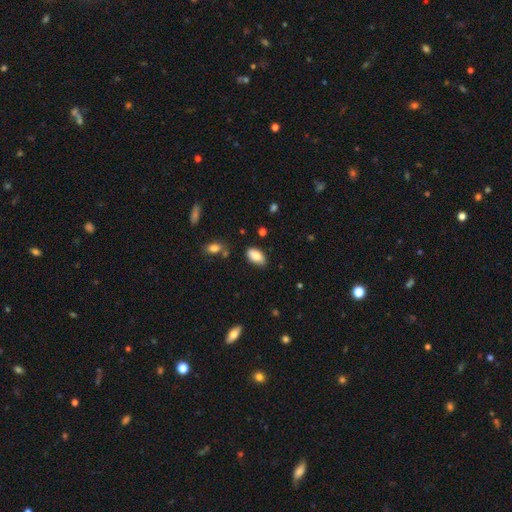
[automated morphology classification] A smooth galaxy with no disk features (84%) that is in between round and cigar-shaped (93%). Merging: none (80%).